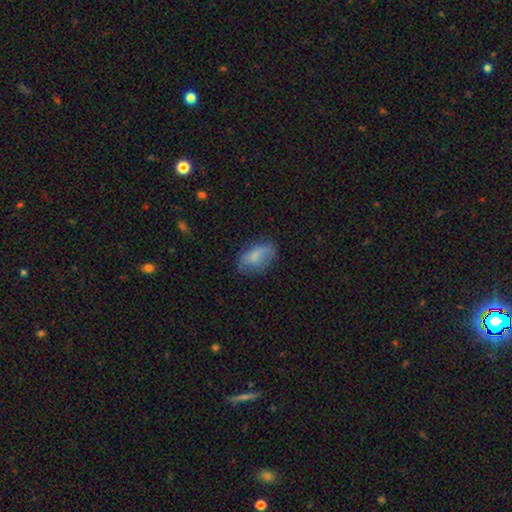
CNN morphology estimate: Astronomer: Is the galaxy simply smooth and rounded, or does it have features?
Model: smooth — 72%.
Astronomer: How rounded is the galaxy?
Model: in between — 91%.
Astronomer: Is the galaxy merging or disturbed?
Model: none — 64%.